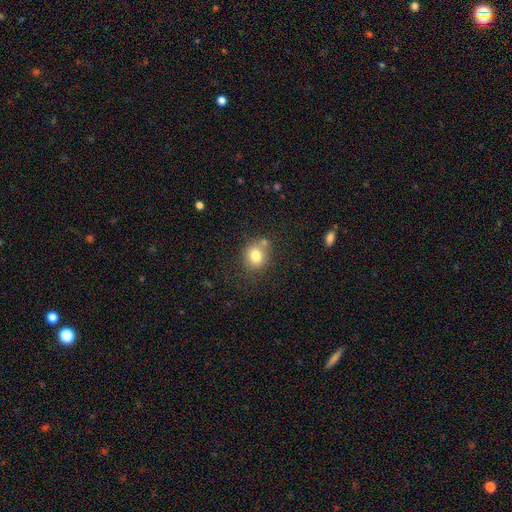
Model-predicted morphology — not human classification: Overall: smooth (79%). How rounded: round (74%). Merging: none (65%).